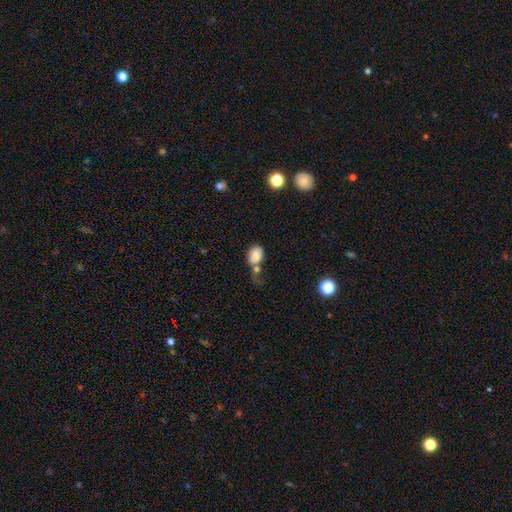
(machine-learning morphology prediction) This is clearly a smooth galaxy (80%). How rounded: likely in between (66%). Merging: marginally merger (37%).